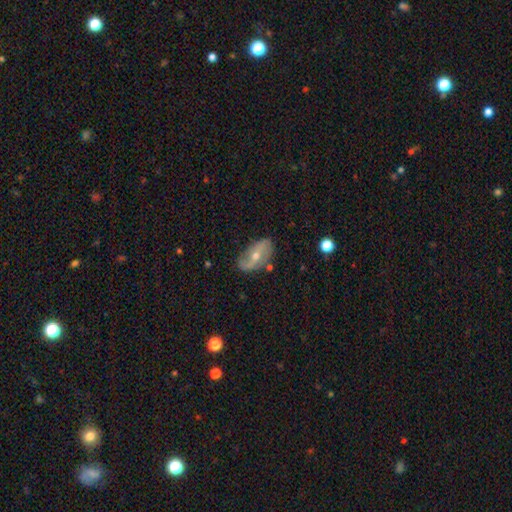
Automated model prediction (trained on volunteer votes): smooth_or_featured: featured or disk (p=0.74) [alt: smooth p=0.18]
disk_edge_on: no (p=0.93) [alt: yes p=0.07]
bar: no (p=0.47) [alt: weak p=0.33]
has_spiral_arms: yes (p=0.85) [alt: no p=0.15]
spiral_winding: loose (p=0.62) [alt: medium p=0.25]
spiral_arm_count: 2 (p=0.84) [alt: can't tell p=0.07]
bulge_size: small (p=0.50) [alt: moderate p=0.47]
merging: none (p=0.72) [alt: minor disturbance p=0.19]